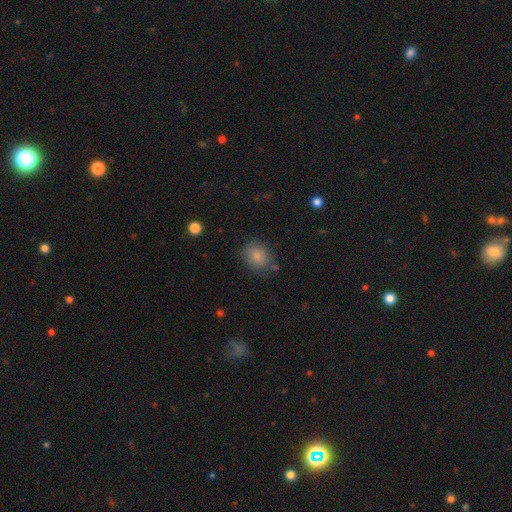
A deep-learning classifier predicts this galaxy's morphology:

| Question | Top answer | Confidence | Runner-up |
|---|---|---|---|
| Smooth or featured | smooth | 81% | star or artifact (12%) |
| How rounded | round | 54% | in between (45%) |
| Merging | none | 78% | minor disturbance (15%) |